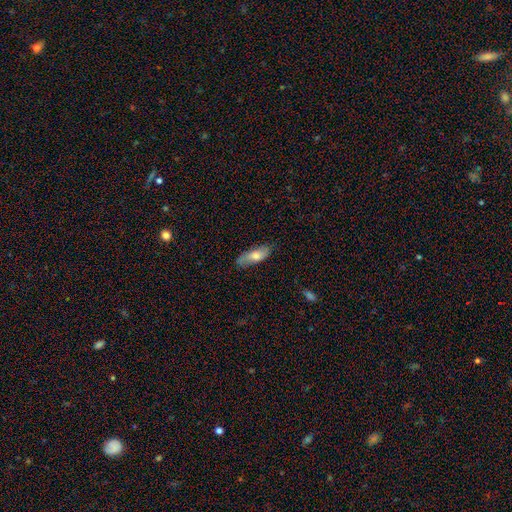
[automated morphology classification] Smooth or featured? smooth (72%)
How rounded? in between (67%)
Merging? none (76%)